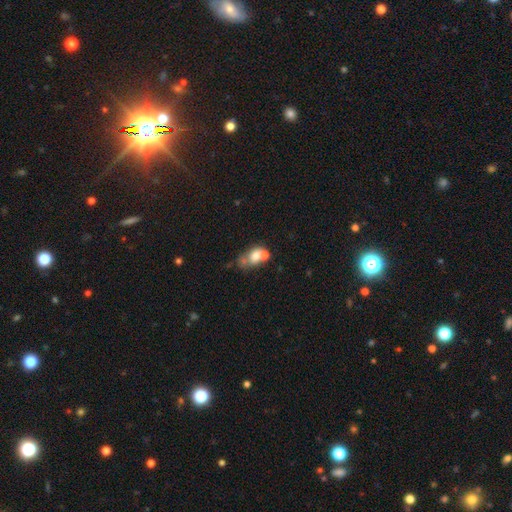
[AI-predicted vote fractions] Smooth or featured? Predicted: smooth (p=0.64). How rounded? Predicted: in between (p=0.72). Merging? Predicted: merger (p=0.50).